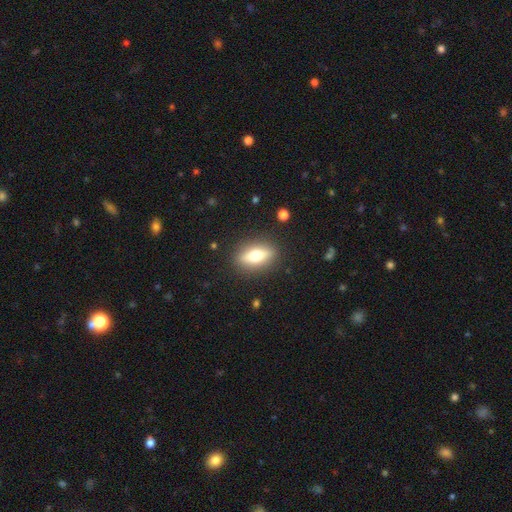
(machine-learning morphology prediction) smooth-or-featured: smooth: 51% | featured or disk: 41% | star or artifact: 8%
  how-rounded: in between: 68% | cigar-shaped: 23% | round: 9%
  merging: none: 88% | minor disturbance: 8% | major disturbance: 3% | merger: 1%